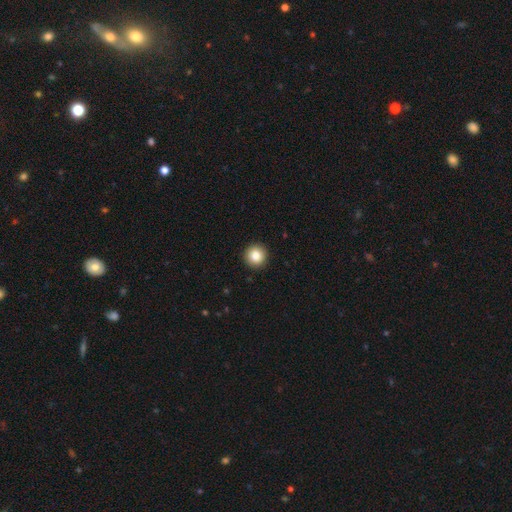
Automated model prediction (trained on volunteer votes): Q: Smooth or featured?
A: smooth (85%); runner-up: star or artifact (10%)
Q: How rounded?
A: round (95%); runner-up: in between (4%)
Q: Merging?
A: none (93%); runner-up: minor disturbance (5%)